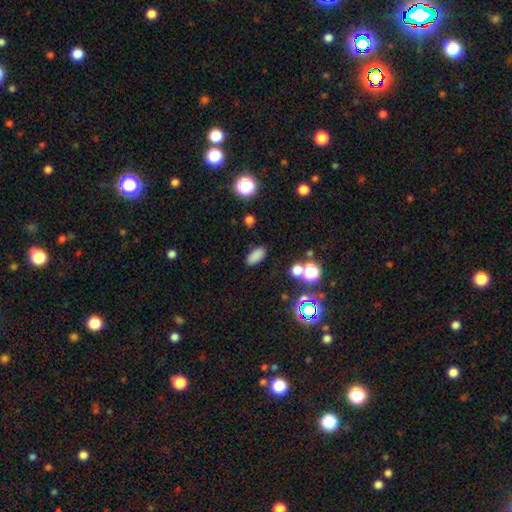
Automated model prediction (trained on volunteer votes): A smooth galaxy with no disk features (81%) that is in between round and cigar-shaped (89%). Merging: none (86%).